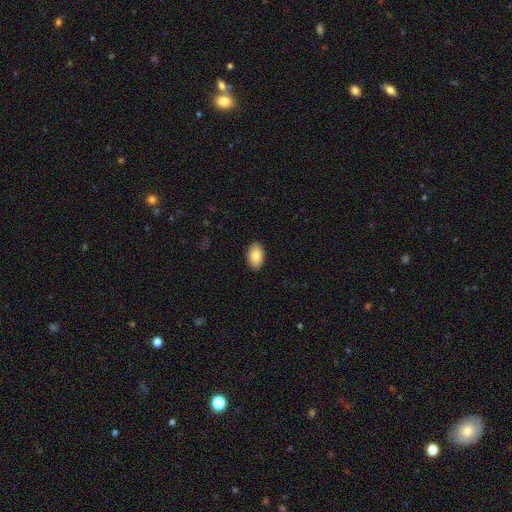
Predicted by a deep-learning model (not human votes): Overall: smooth (85%). How rounded: in between (93%). Merging: none (90%).